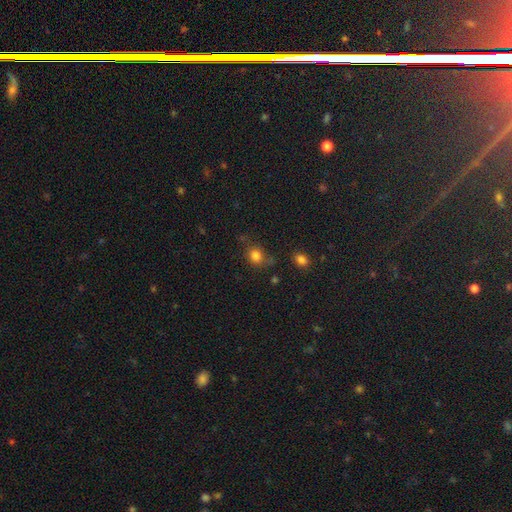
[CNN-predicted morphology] A smooth galaxy with no disk features (81%) that is round (72%).

Vote fractions:
- Smooth or featured? smooth: 81% / star or artifact: 13% / featured or disk: 6%
- How rounded? round: 72% / in between: 27% / cigar-shaped: 1%
- Merging? none: 67% / minor disturbance: 19% / merger: 8% / major disturbance: 7%